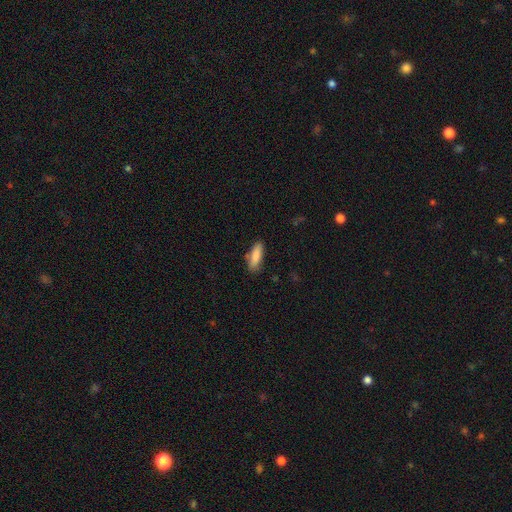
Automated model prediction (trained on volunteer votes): Overall: smooth (84%). How rounded: in between (57%; cigar-shaped 41%). Merging: none (79%).